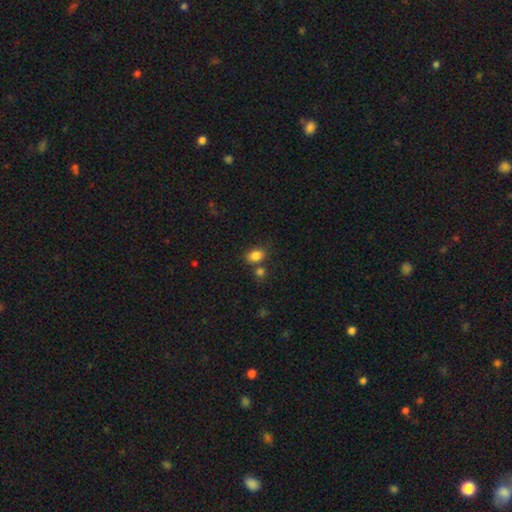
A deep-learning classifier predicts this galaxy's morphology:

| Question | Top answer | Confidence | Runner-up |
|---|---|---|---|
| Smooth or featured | smooth | 84% | star or artifact (10%) |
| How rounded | in between | 72% | round (27%) |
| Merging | none | 65% | merger (18%) |